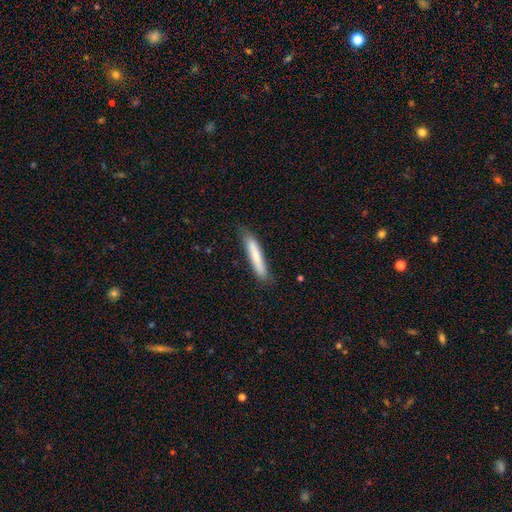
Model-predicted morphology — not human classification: smooth-or-featured: smooth: 76% | featured or disk: 18% | star or artifact: 6%
  how-rounded: cigar-shaped: 92% | in between: 7% | round: 1%
  merging: none: 79% | minor disturbance: 17% | major disturbance: 3% | merger: 1%